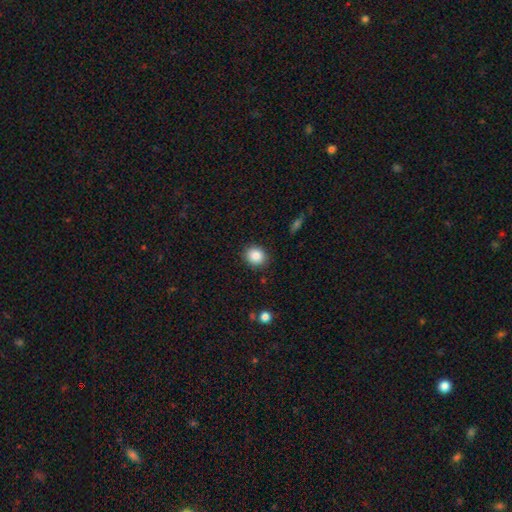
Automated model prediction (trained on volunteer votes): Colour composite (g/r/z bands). It shows a smooth galaxy with no disk features (86%) that is round (75%). Merging: none (89%).